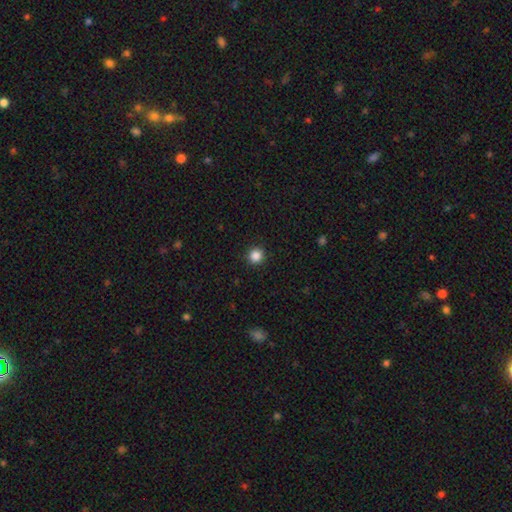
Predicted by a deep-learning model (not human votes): This appears to be a smooth galaxy with no disk features (86%) that is round (94%). Merging: none (92%).